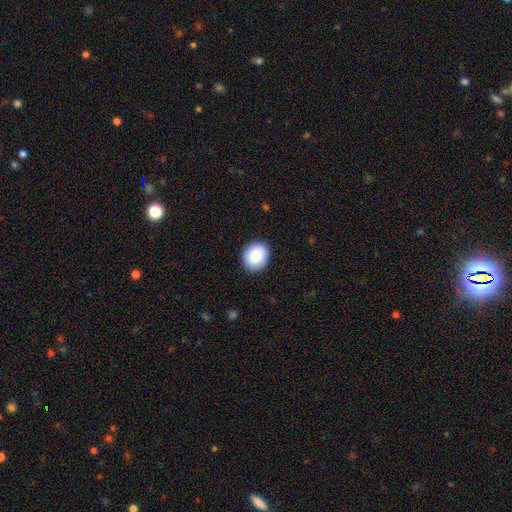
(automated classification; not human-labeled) Morphology: type=smooth (88%); roundness=round (72%); merging=none (90%).